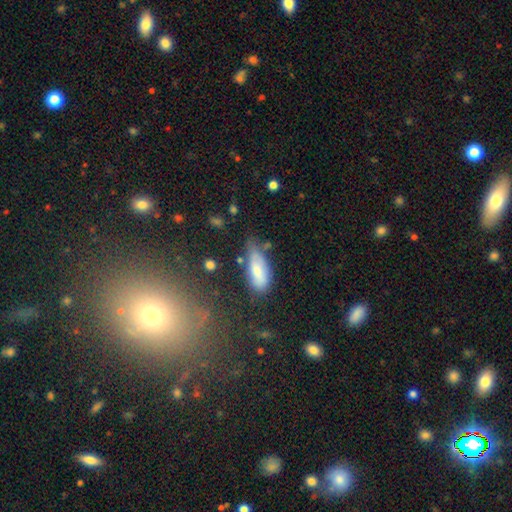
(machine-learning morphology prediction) This is likely a smooth galaxy (67%). How rounded: likely in between (68%). Merging: possibly none (53%).